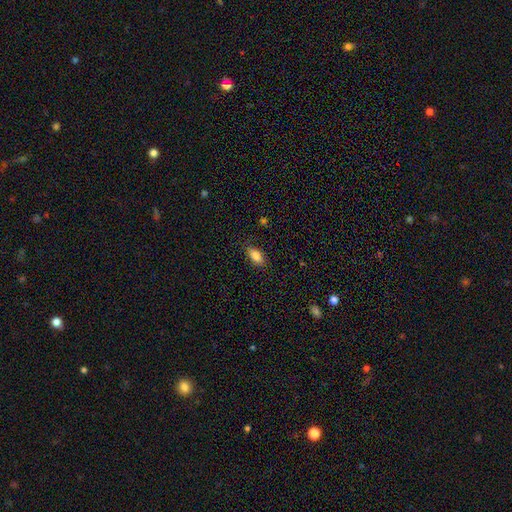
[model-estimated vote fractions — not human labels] smooth_or_featured: smooth (p=0.83) [alt: featured or disk p=0.09]
how_rounded: in between (p=0.87) [alt: cigar-shaped p=0.08]
merging: none (p=0.84) [alt: minor disturbance p=0.12]